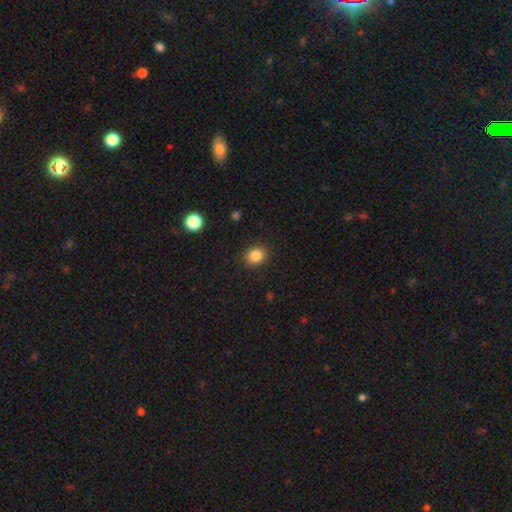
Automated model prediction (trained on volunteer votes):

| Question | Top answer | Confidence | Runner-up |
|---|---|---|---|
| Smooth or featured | smooth | 85% | star or artifact (11%) |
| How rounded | round | 69% | in between (30%) |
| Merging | none | 89% | minor disturbance (7%) |